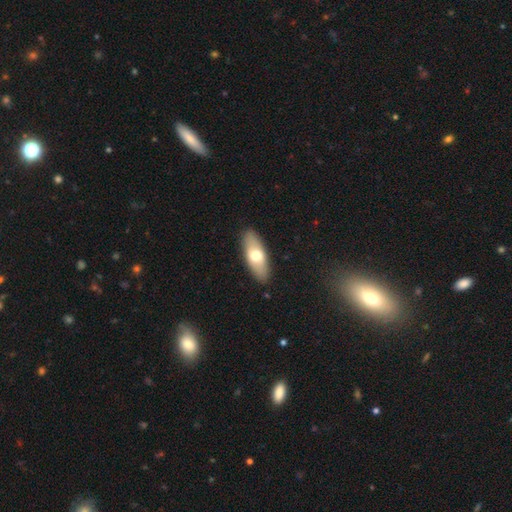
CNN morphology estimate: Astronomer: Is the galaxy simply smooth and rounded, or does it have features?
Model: smooth — 64%.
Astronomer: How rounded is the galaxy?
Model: in between — 75%.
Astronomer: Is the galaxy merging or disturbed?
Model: none — 88%.